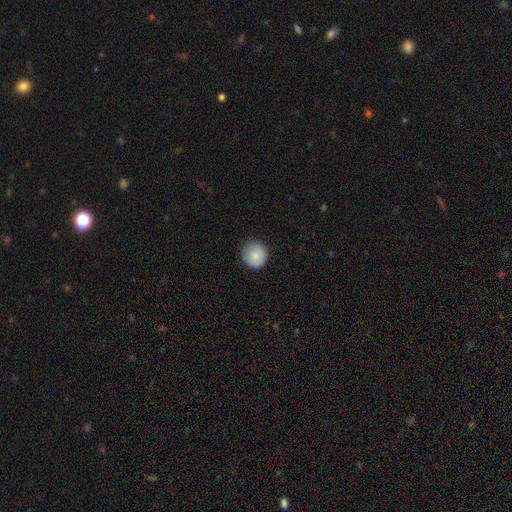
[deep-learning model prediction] A smooth galaxy with no disk features (86%) that is round (92%).

Vote fractions:
- Smooth or featured? smooth: 86% / star or artifact: 7% / featured or disk: 7%
- How rounded? round: 92% / in between: 8% / cigar-shaped: 1%
- Merging? none: 85% / minor disturbance: 11% / major disturbance: 2% / merger: 1%